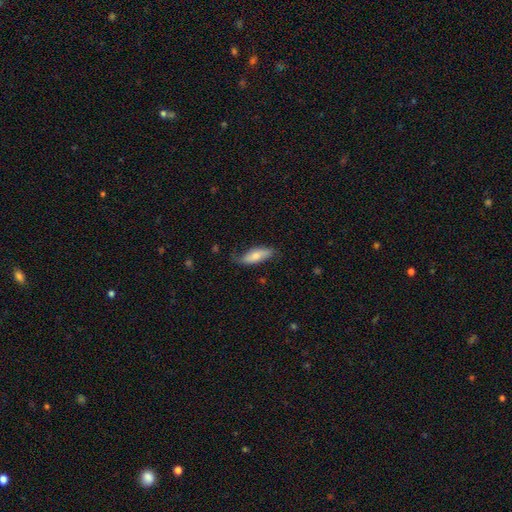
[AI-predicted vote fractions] Q: Smooth or featured?
A: smooth (66%); runner-up: featured or disk (28%)
Q: How rounded?
A: in between (63%); runner-up: cigar-shaped (35%)
Q: Merging?
A: none (61%); runner-up: minor disturbance (30%)